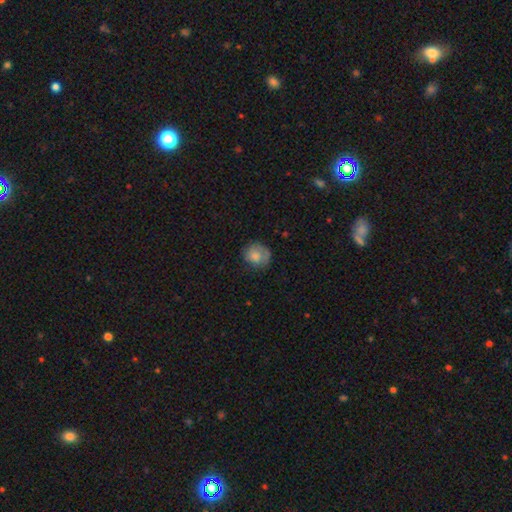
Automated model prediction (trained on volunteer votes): Smooth or featured? smooth (70%)
How rounded? round (77%)
Merging? none (65%)